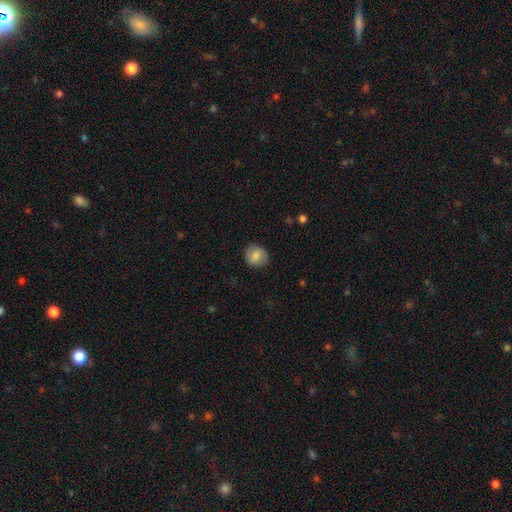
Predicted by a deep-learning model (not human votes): A smooth galaxy with no disk features (78%) that is round (78%). Merging: none (82%).